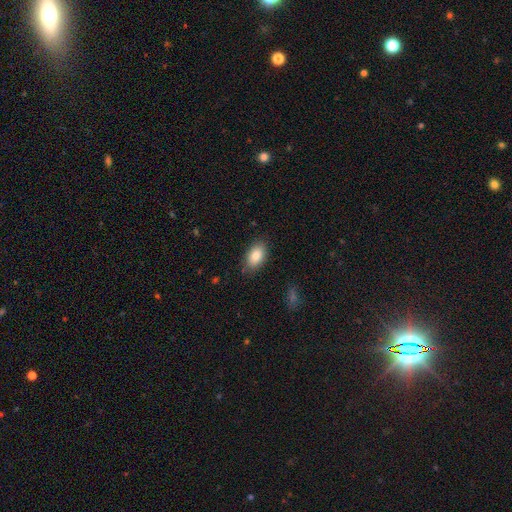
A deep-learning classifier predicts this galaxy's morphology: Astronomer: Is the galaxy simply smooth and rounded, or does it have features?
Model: smooth — 85%.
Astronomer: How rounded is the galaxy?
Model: in between — 92%.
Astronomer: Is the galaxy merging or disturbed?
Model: none — 83%.